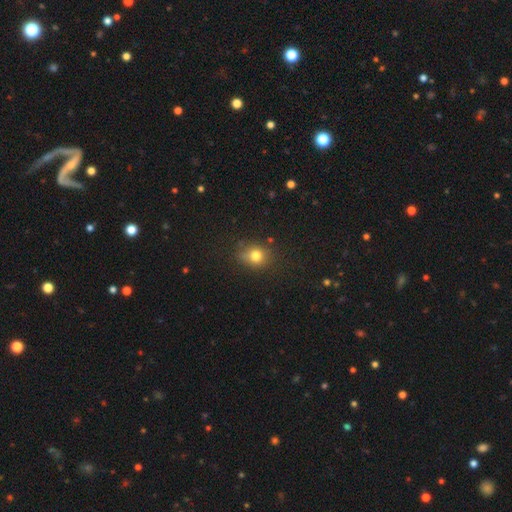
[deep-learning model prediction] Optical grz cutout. It shows a smooth galaxy with no disk features (77%) that is round (65%). Merging: none (71%).